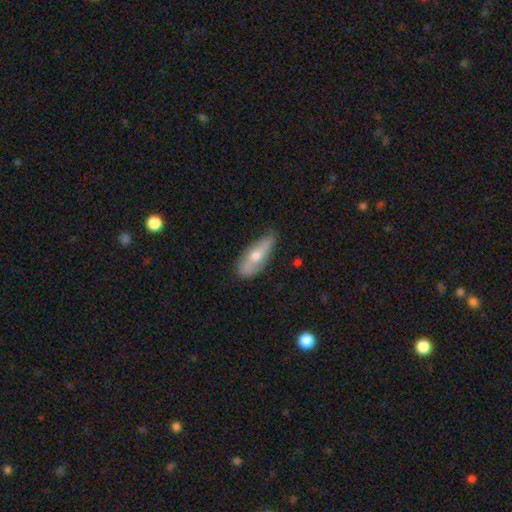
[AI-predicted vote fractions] smooth-or-featured: smooth: 49% | featured or disk: 45% | star or artifact: 6%
  merging: none: 65% | minor disturbance: 28% | major disturbance: 5% | merger: 2%